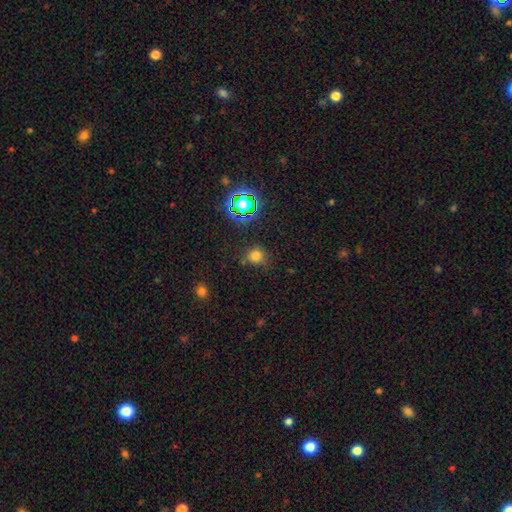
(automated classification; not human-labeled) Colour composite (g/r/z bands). It shows a smooth galaxy with no disk features (72%) that is round (85%). Merging: none (75%).